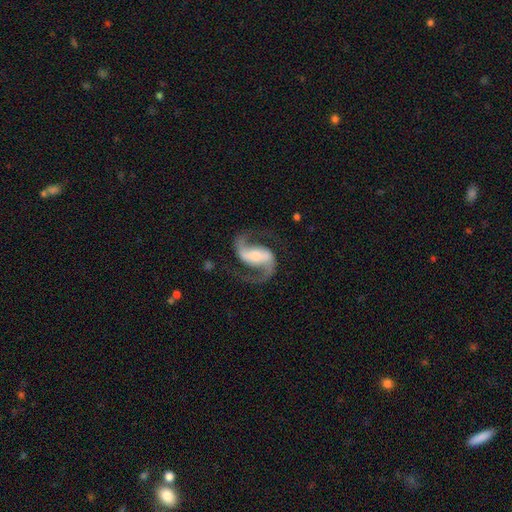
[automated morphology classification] Q: Smooth or featured?
A: featured or disk (93%); runner-up: star or artifact (4%)
Q: Edge-on disk?
A: no (98%); runner-up: yes (2%)
Q: Bar?
A: strong (49%); runner-up: weak (33%)
Q: Spiral arms?
A: yes (98%); runner-up: no (2%)
Q: Spiral winding?
A: medium (50%); runner-up: loose (41%)
Q: Spiral arm count?
A: 2 (94%); runner-up: 1 (1%)
Q: Bulge size?
A: moderate (42%); runner-up: small (40%)
Q: Merging?
A: none (80%); runner-up: minor disturbance (11%)